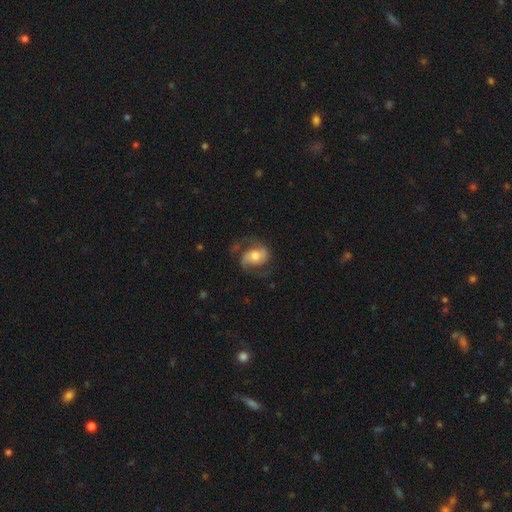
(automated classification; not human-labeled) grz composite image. It shows a featured or disk galaxy (80%) with no bar (52%), 2 (89%) medium (53%) spiral arms (95%) and a moderate central bulge (60%). Merging: none (68%).